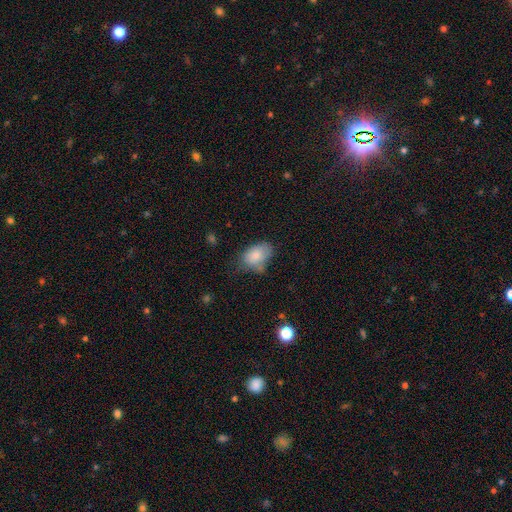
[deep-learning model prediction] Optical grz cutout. It shows a smooth galaxy with no disk features (80%) that is in between round and cigar-shaped (87%). Merging: none (47%).